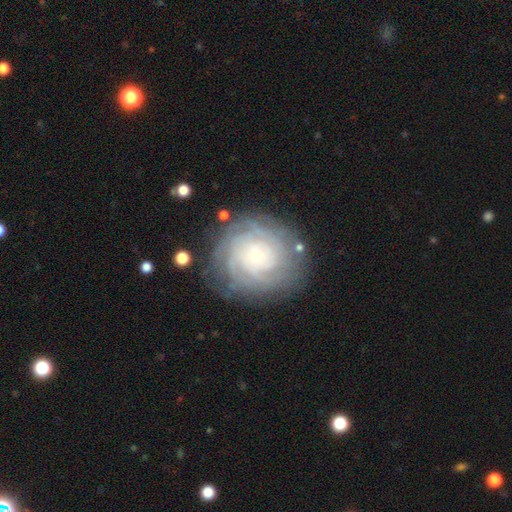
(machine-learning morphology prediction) featured or disk 76%, smooth 15%, star or artifact 8%. Down the decision tree: edge-on disk — no (97%); bar — no (80%); spiral arms — yes (94%); spiral arm count — can't tell (37%); spiral winding — tight (80%); bulge size — small (70%); merging — none (80%).